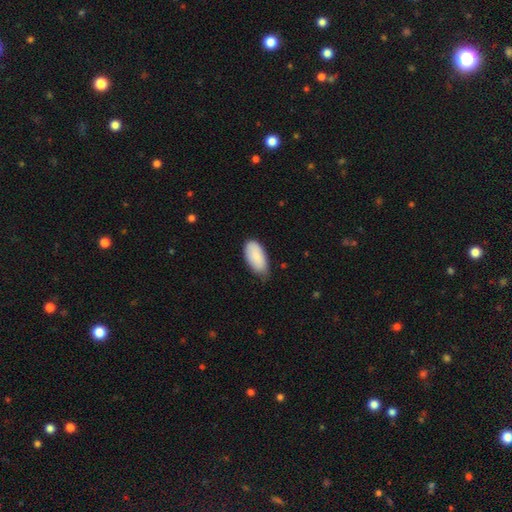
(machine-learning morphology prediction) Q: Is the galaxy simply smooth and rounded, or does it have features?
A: smooth — 87%.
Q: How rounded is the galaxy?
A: in between — 95%.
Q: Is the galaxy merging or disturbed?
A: none — 57%.